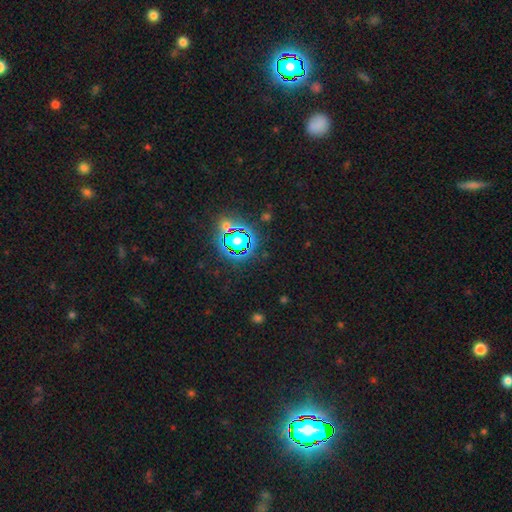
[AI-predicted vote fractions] smooth-or-featured: star or artifact: 80% | smooth: 12% | featured or disk: 7%